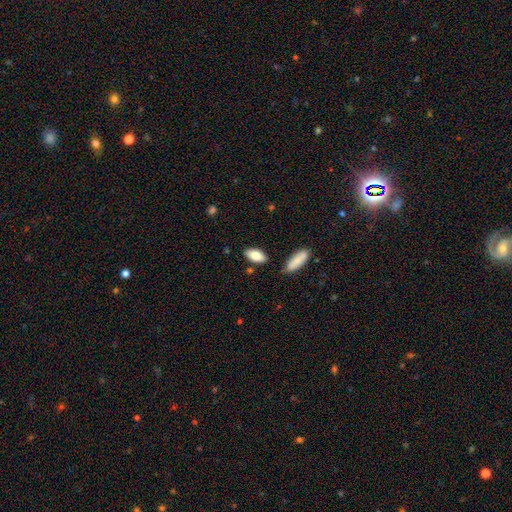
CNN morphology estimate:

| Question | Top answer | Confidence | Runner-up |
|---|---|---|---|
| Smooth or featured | smooth | 83% | featured or disk (11%) |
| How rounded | in between | 90% | cigar-shaped (8%) |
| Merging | none | 82% | minor disturbance (11%) |